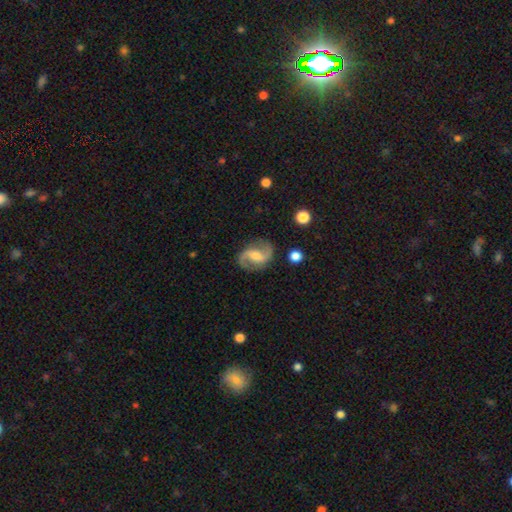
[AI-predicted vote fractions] Smooth or featured: featured or disk — 87% (smooth — 8%)
Edge-on disk: no — 98% (yes — 2%)
Bar: weak — 46% (no — 30%)
Spiral arms: yes — 97% (no — 3%)
Spiral winding: loose — 54% (medium — 38%)
Spiral arm count: 2 — 93% (can't tell — 2%)
Bulge size: moderate — 54% (small — 35%)
Merging: none — 84% (minor disturbance — 11%)